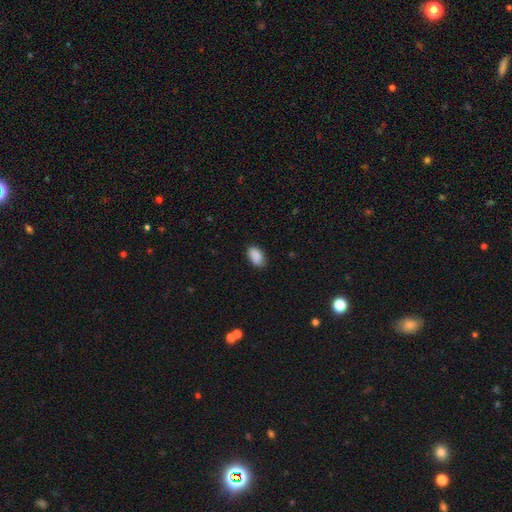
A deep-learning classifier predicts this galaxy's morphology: A smooth galaxy with no disk features (88%) that is in between round and cigar-shaped (91%).

Vote fractions:
- Smooth or featured? smooth: 88% / star or artifact: 8% / featured or disk: 5%
- How rounded? in between: 91% / round: 8% / cigar-shaped: 2%
- Merging? none: 78% / minor disturbance: 17% / major disturbance: 3% / merger: 1%